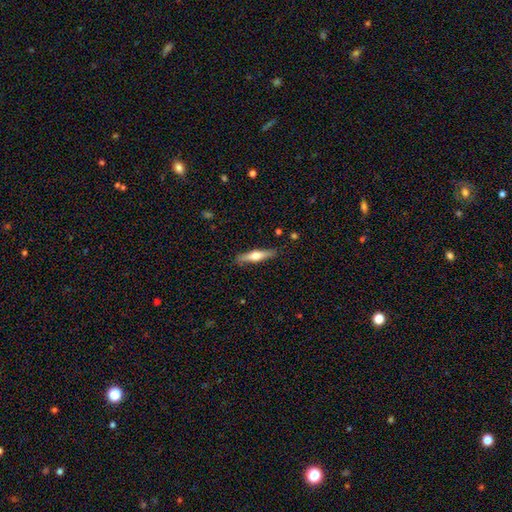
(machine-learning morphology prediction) smooth-or-featured: smooth: 47% (tied) | featured or disk: 47% (tied) | star or artifact: 6%
  merging: none: 87% | minor disturbance: 9% | major disturbance: 2% | merger: 1%